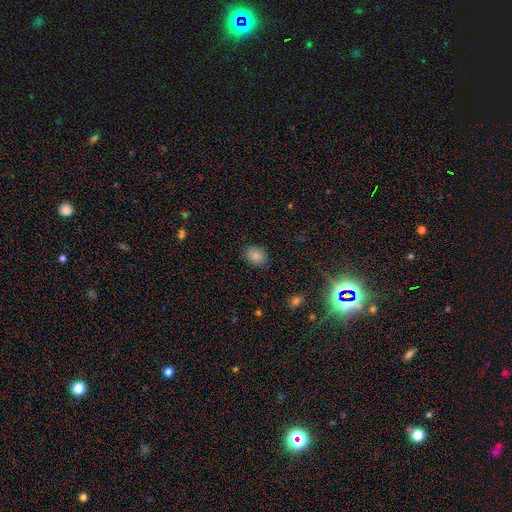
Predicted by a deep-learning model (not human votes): smooth 86%, star or artifact 11%, featured or disk 4%. Down the decision tree: how rounded — in between (58%); merging — none (86%).